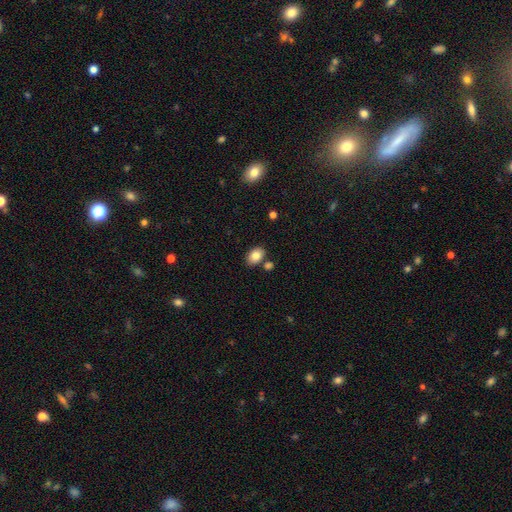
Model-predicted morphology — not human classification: smooth_or_featured: smooth (p=0.83) [alt: star or artifact p=0.08]
how_rounded: in between (p=0.81) [alt: round p=0.18]
merging: none (p=0.77) [alt: minor disturbance p=0.11]